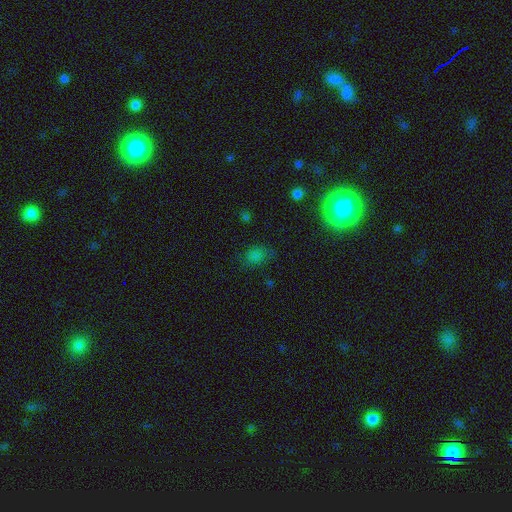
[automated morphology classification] smooth 74%, star or artifact 19%, featured or disk 7%. Down the decision tree: how rounded — in between (73%); merging — none (68%).